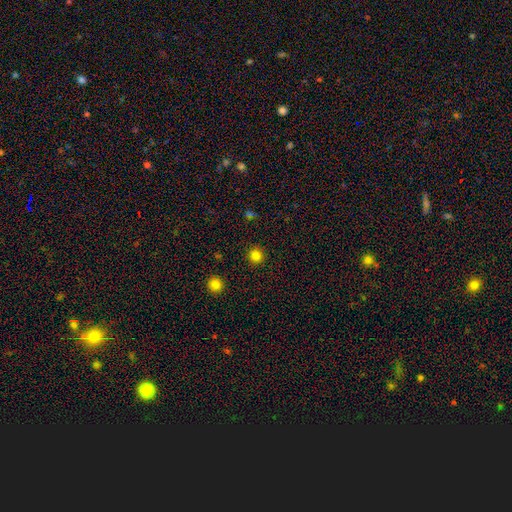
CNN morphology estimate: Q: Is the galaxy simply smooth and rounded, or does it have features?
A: smooth — 83%.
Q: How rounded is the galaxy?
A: round — 94%.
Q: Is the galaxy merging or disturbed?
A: none — 92%.